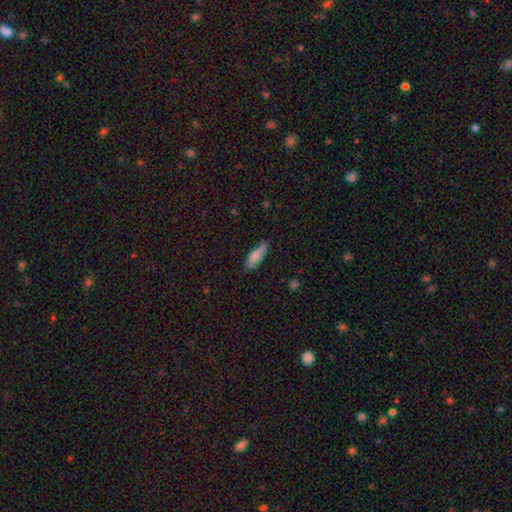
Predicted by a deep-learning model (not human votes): smooth_or_featured: smooth (p=0.82) [alt: featured or disk p=0.12]
how_rounded: in between (p=0.52) [alt: cigar-shaped p=0.46]
merging: none (p=0.75) [alt: minor disturbance p=0.21]